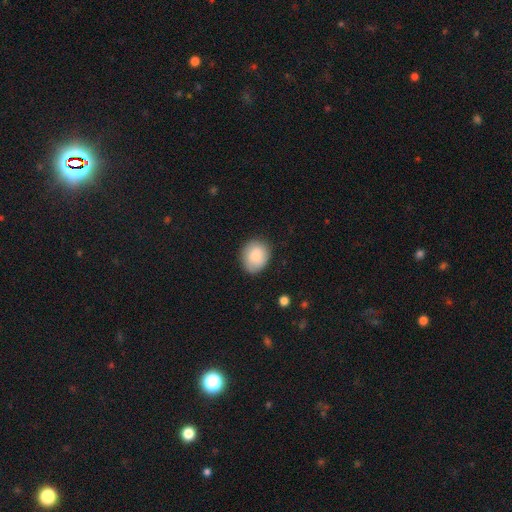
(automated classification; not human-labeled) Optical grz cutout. It shows a smooth galaxy with no disk features (84%) that is round (54%). Merging: none (81%).